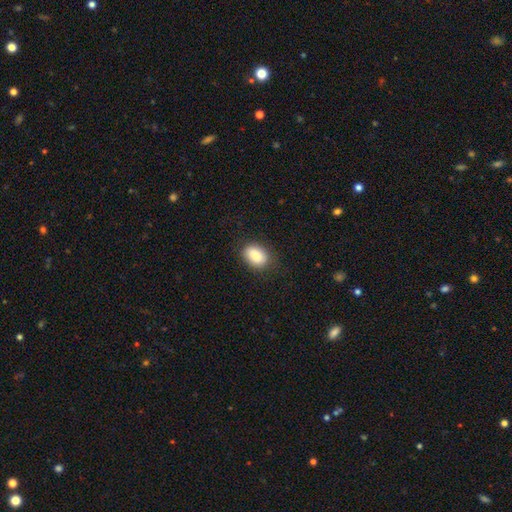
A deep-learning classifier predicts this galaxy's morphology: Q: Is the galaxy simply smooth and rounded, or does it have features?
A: smooth — 85%.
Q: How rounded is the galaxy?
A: in between — 79%.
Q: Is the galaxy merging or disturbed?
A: none — 84%.